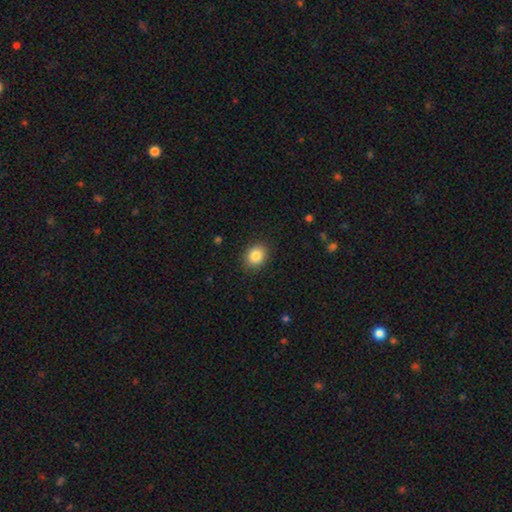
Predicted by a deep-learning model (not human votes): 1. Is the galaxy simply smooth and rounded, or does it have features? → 85% smooth, 9% star or artifact, 6% featured or disk.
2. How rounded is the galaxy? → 59% round, 40% in between, 1% cigar-shaped.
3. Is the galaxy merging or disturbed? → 89% none, 8% minor disturbance, 2% major disturbance, 1% merger.